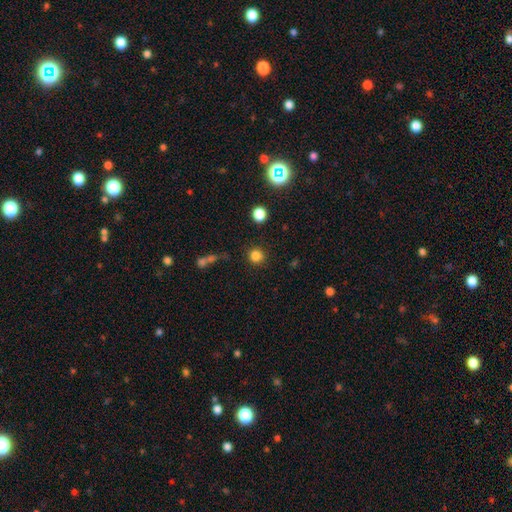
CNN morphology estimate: This appears to be a smooth galaxy with no disk features (82%) that is round (91%). Merging: none (86%).